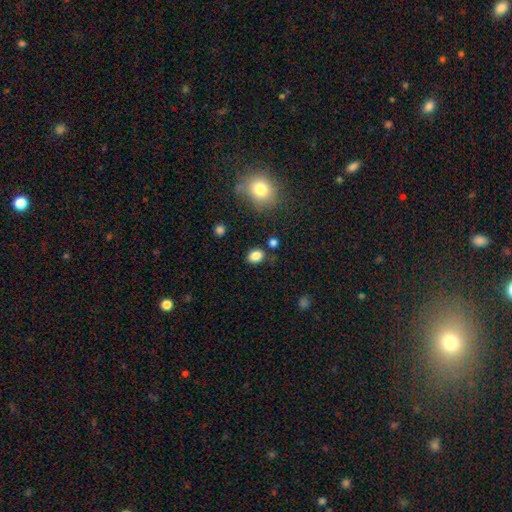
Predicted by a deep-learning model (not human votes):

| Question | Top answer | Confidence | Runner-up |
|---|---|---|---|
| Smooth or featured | smooth | 84% | star or artifact (11%) |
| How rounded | in between | 65% | round (34%) |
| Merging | none | 80% | minor disturbance (12%) |